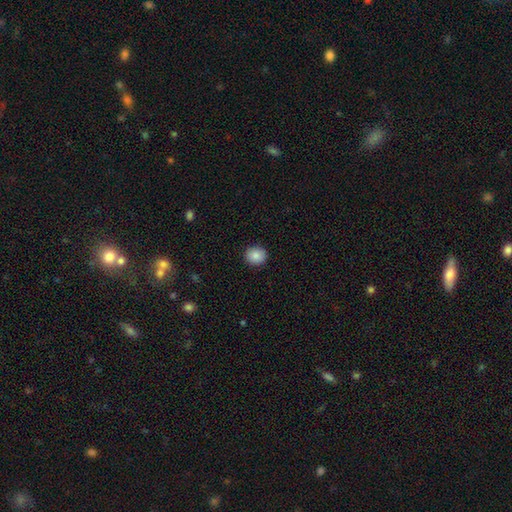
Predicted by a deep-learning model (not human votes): This is clearly a smooth galaxy (86%). How rounded: likely round (78%). Merging: clearly none (91%).